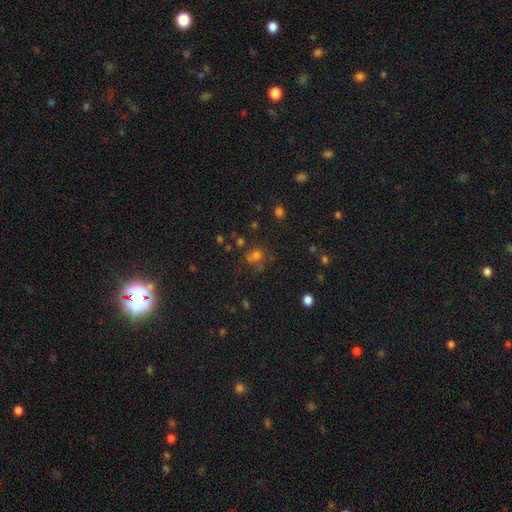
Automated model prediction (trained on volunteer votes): Smooth or featured?
  - smooth: 61% *
  - star or artifact: 27%
  - featured or disk: 11%
How rounded?
  - round: 69% *
  - in between: 30%
  - cigar-shaped: 1%
Merging?
  - none: 52% *
  - merger: 19%
  - minor disturbance: 17%
  - major disturbance: 12%